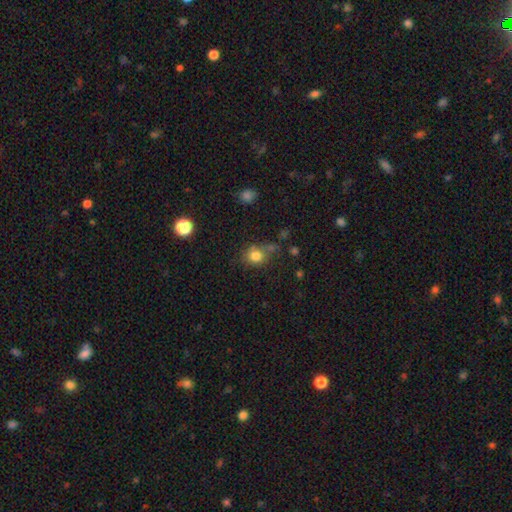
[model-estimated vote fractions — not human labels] smooth_or_featured: smooth (p=0.80) [alt: star or artifact p=0.13]
how_rounded: round (p=0.71) [alt: in between p=0.28]
merging: none (p=0.61) [alt: minor disturbance p=0.20]